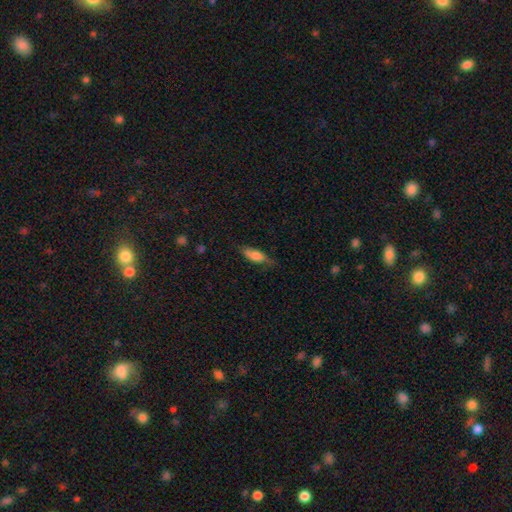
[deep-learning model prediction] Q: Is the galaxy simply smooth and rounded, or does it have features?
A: smooth — 74%.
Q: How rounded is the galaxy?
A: in between — 67%.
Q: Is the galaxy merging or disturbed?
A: none — 65%.